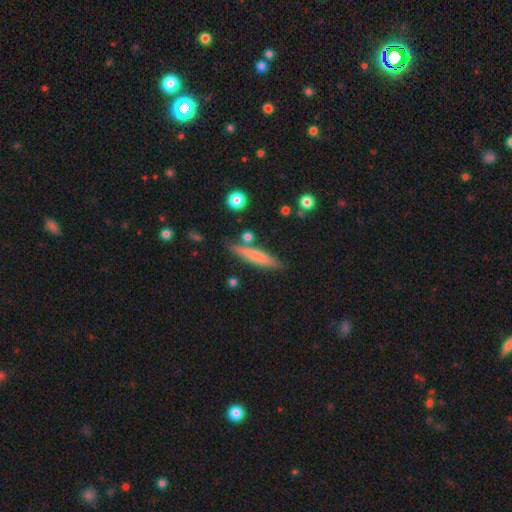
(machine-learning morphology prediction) Smooth or featured?
  - smooth: 69% *
  - featured or disk: 25%
  - star or artifact: 7%
How rounded?
  - cigar-shaped: 88% *
  - in between: 10%
  - round: 2%
Merging?
  - none: 81% *
  - minor disturbance: 11%
  - merger: 5%
  - major disturbance: 3%